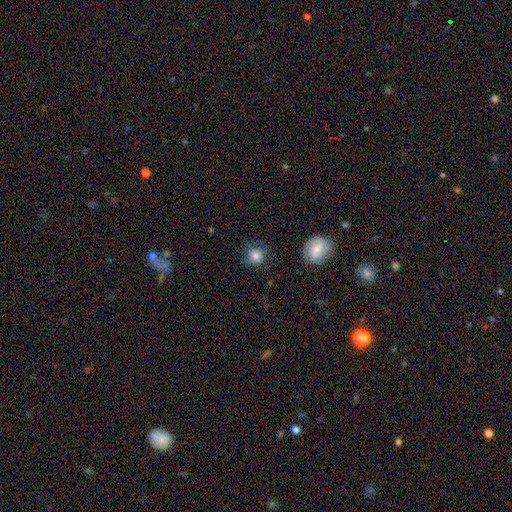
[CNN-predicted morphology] A smooth galaxy with no disk features (79%) that is round (85%). Merging: none (72%).